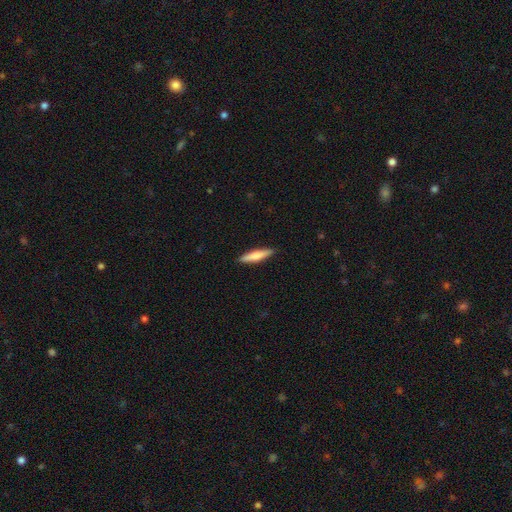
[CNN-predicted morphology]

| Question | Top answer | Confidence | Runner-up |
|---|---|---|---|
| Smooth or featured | smooth | 72% | featured or disk (23%) |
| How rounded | cigar-shaped | 83% | in between (16%) |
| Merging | none | 90% | minor disturbance (7%) |